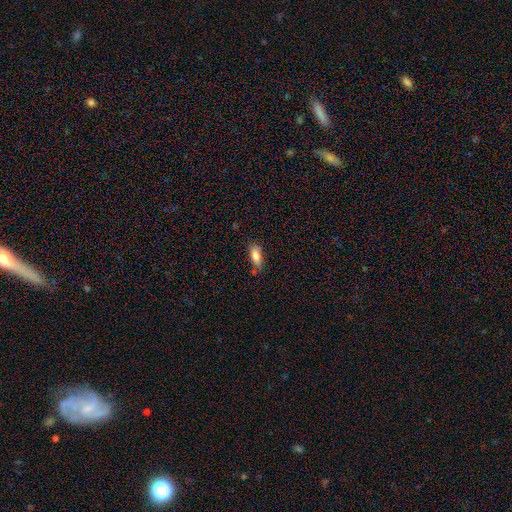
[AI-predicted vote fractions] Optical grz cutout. It shows a smooth galaxy with no disk features (84%) that is in between round and cigar-shaped (80%). Merging: none (73%).